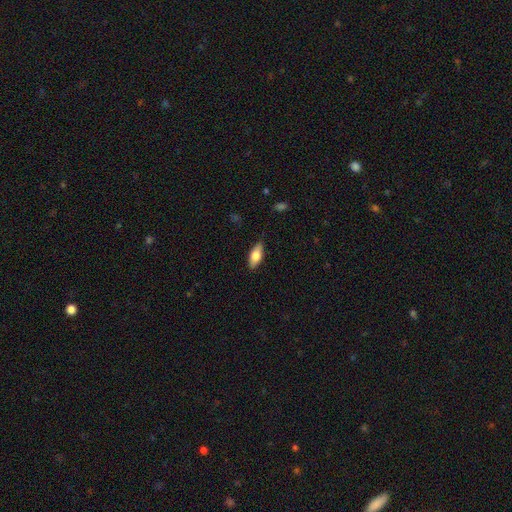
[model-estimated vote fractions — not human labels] Overall: smooth (73%). How rounded: in between (81%). Merging: none (84%).